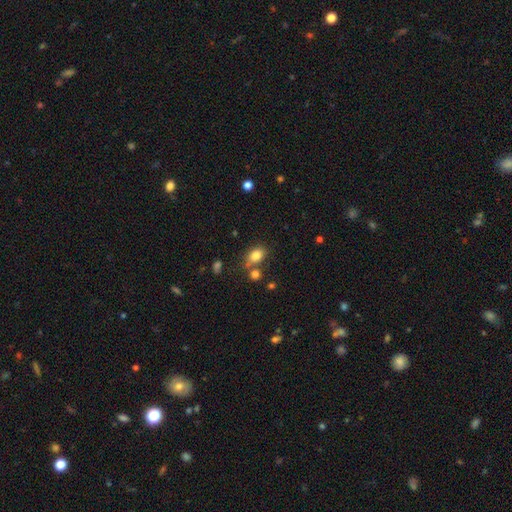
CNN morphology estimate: Smooth or featured? smooth (81%)
How rounded? in between (73%)
Merging? none (64%)